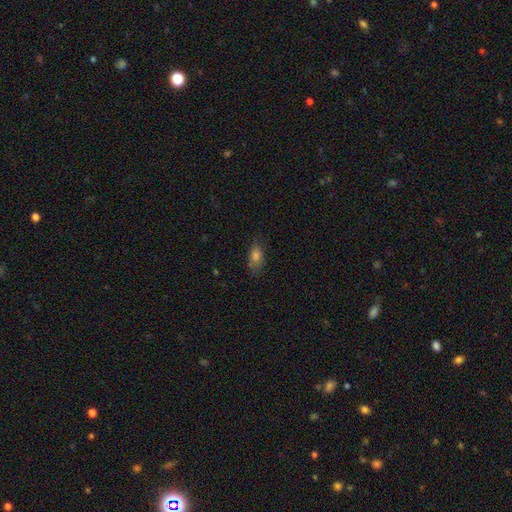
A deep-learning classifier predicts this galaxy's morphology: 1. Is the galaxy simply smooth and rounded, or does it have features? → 72% smooth, 15% star or artifact, 13% featured or disk.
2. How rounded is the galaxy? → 79% in between, 12% cigar-shaped, 9% round.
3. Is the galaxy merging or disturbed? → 71% none, 20% minor disturbance, 7% major disturbance, 2% merger.